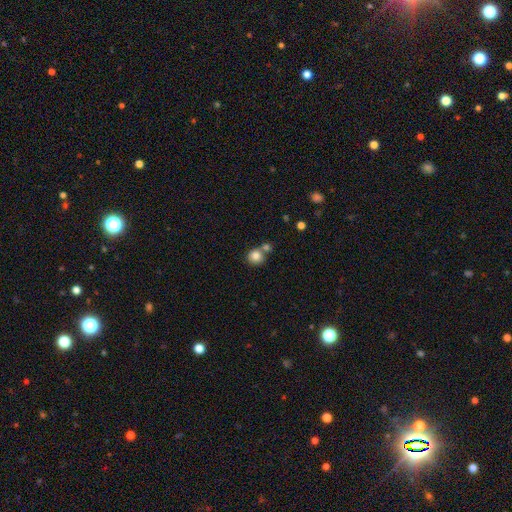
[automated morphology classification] This is clearly a smooth galaxy (83%). How rounded: clearly round (84%). Merging: possibly none (52%).